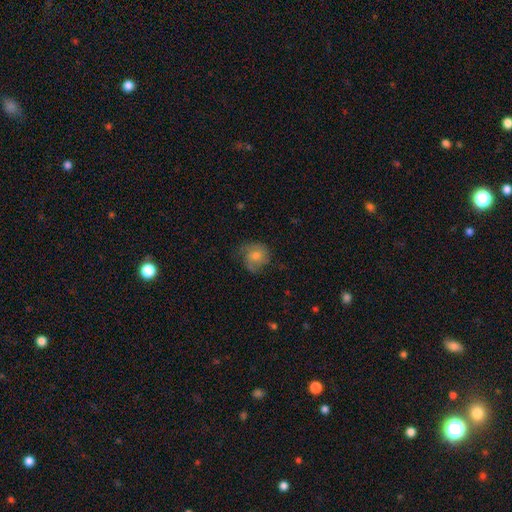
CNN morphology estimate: Smooth or featured? Predicted: smooth (p=0.61). How rounded? Predicted: round (p=0.77). Merging? Predicted: none (p=0.56).